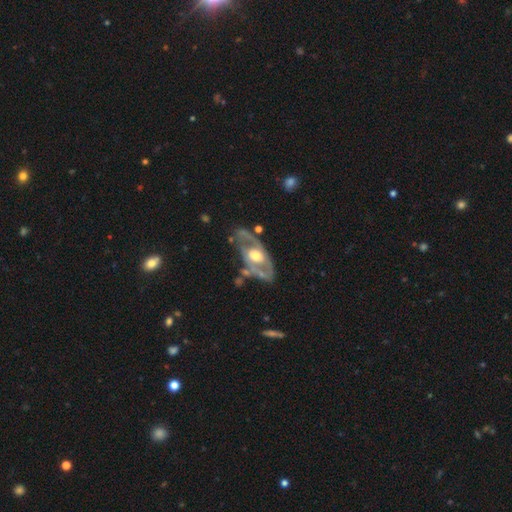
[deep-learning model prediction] smooth-or-featured: featured or disk: 75% | smooth: 20% | star or artifact: 5%
  disk-edge-on: no: 88% | yes: 12%
    bar: no: 67% | weak: 23% | strong: 10%
    has-spiral-arms: yes: 53% | no: 47%
    bulge-size: moderate: 68% | large: 20% | small: 9% | dominant: 1% | none: 1%
  merging: none: 59% | minor disturbance: 22% | major disturbance: 12% | merger: 7%